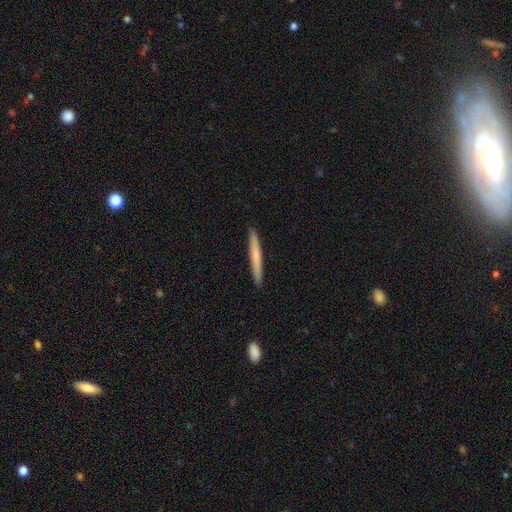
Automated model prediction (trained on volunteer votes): A smooth galaxy with no disk features (61%) that is cigar-shaped (97%).

Vote fractions:
- Smooth or featured? smooth: 61% / featured or disk: 33% / star or artifact: 5%
- How rounded? cigar-shaped: 97% / in between: 2% / round: 1%
- Merging? none: 92% / minor disturbance: 5% / major disturbance: 1% / merger: 1%